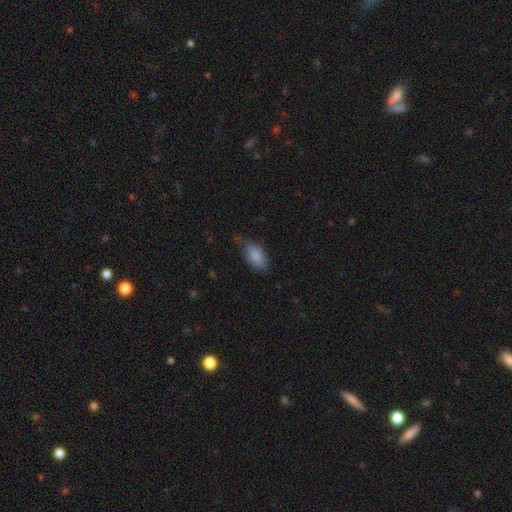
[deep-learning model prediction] Morphology: type=smooth (85%); roundness=in between (91%); merging=none (54%).